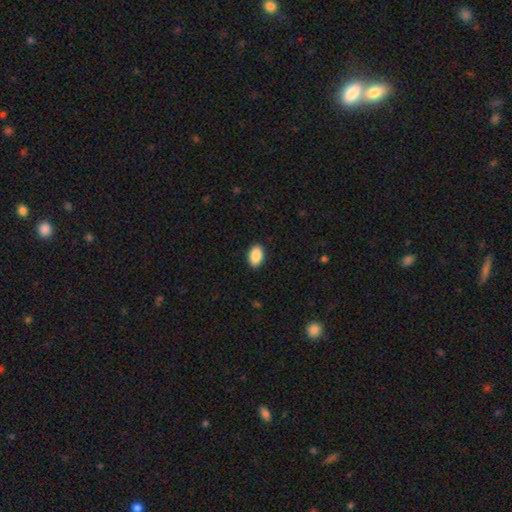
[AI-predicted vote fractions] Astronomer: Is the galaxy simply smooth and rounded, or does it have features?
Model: smooth — 89%.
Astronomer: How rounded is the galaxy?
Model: in between — 92%.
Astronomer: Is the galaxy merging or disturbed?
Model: none — 90%.